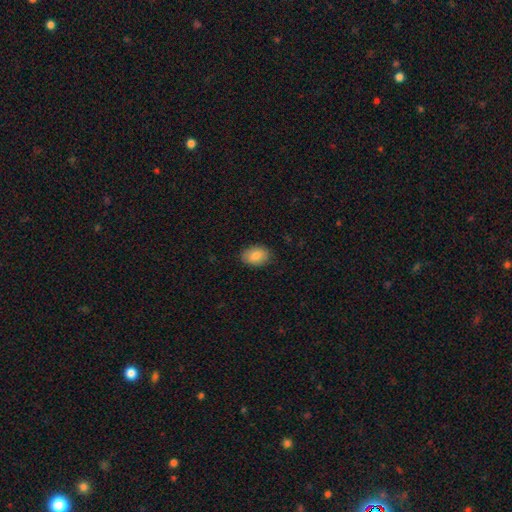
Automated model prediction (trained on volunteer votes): A smooth galaxy with no disk features (85%) that is in between round and cigar-shaped (83%). Merging: none (86%).